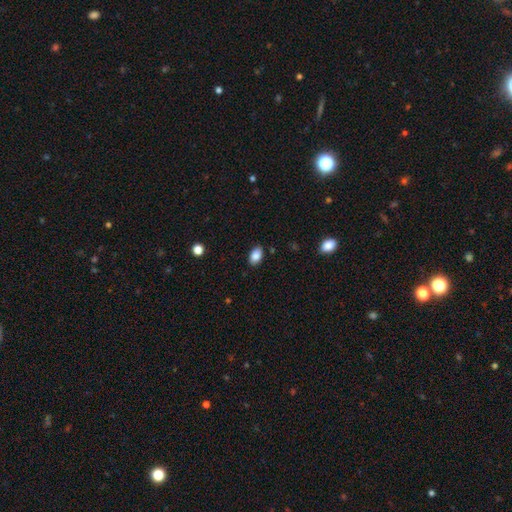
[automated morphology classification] The model was most divided on "merging": none: 87%, minor disturbance: 10%, major disturbance: 2%, merger: 1%. More confident: how rounded — in between (90%); smooth or featured — smooth (86%).